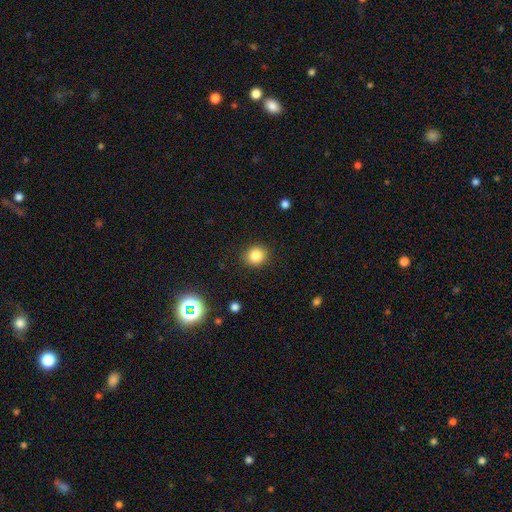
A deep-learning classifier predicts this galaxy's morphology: Smooth or featured? smooth (83%)
How rounded? round (82%)
Merging? none (90%)